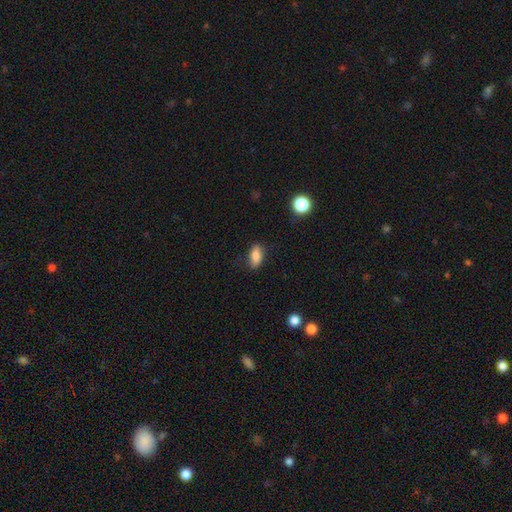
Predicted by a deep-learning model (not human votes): Q: Smooth or featured?
A: smooth (83%); runner-up: featured or disk (9%)
Q: How rounded?
A: in between (85%); runner-up: cigar-shaped (10%)
Q: Merging?
A: none (80%); runner-up: minor disturbance (15%)